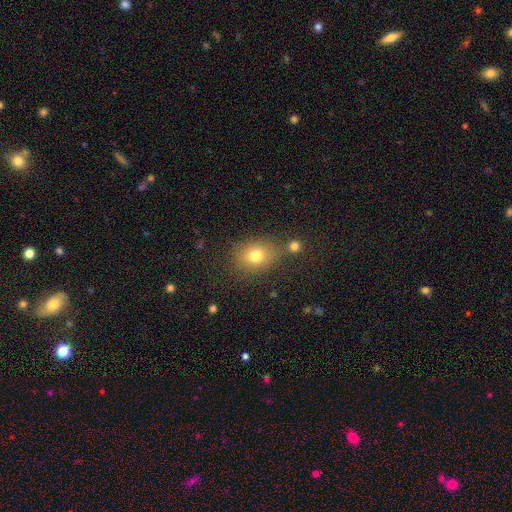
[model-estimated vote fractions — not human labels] Q: Smooth or featured?
A: smooth (75%); runner-up: star or artifact (14%)
Q: How rounded?
A: round (53%); runner-up: in between (46%)
Q: Merging?
A: none (69%); runner-up: minor disturbance (14%)